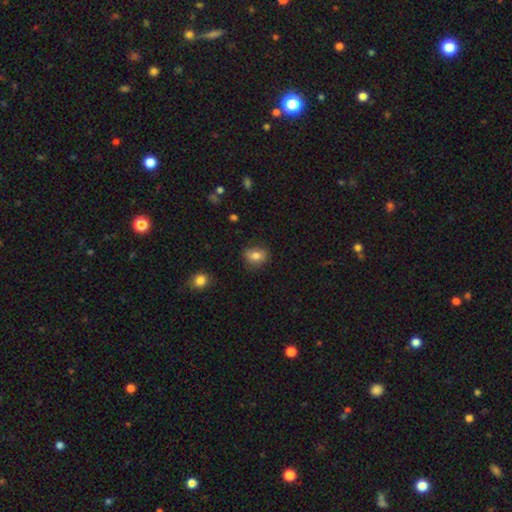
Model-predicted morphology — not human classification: This appears to be a smooth galaxy with no disk features (81%) that is in between round and cigar-shaped (50%). Merging: none (81%).